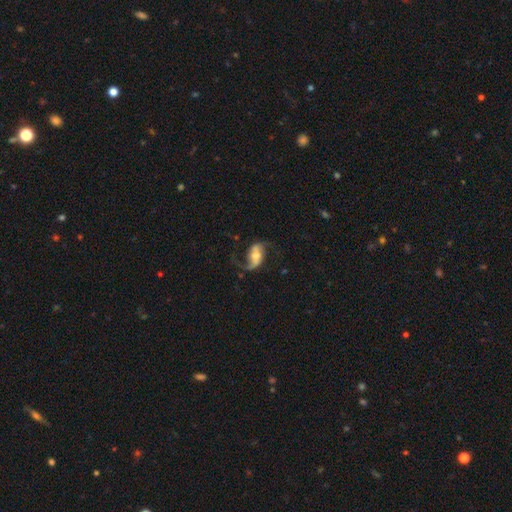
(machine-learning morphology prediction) Smooth or featured? featured or disk (81%)
Edge-on disk? no (96%)
Bar? weak (38%)
Spiral arms? yes (94%)
Spiral winding? loose (71%)
Spiral arm count? 2 (82%)
Bulge size? moderate (56%)
Merging? none (61%)